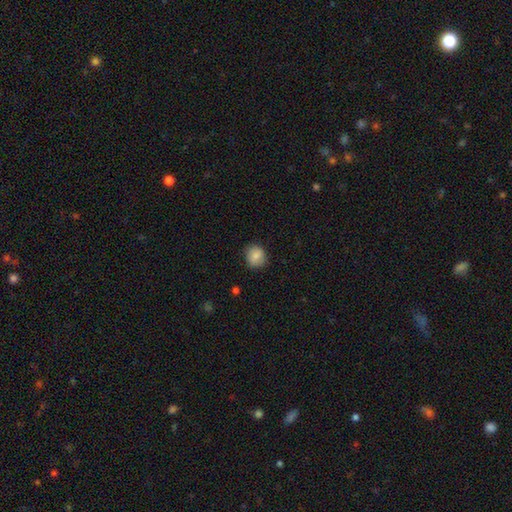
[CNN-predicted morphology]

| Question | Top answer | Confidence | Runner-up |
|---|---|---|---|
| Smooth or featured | smooth | 85% | star or artifact (8%) |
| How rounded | round | 79% | in between (20%) |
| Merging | none | 84% | minor disturbance (12%) |